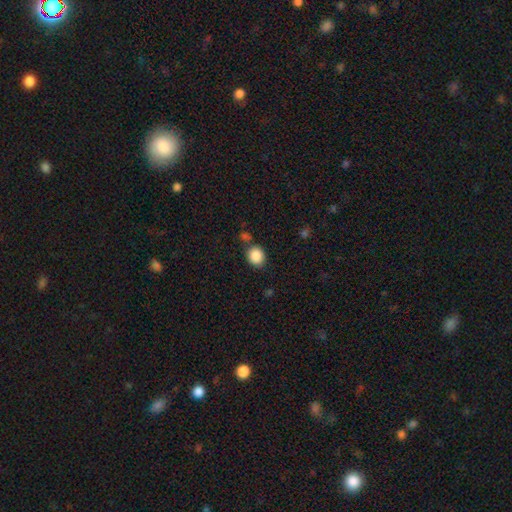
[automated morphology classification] type=smooth (87%); roundness=round (73%); merging=none (76%).